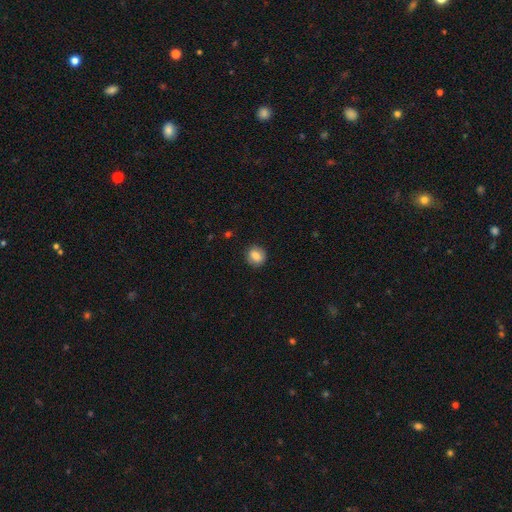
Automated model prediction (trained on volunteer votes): Smooth or featured?
  - smooth: 81% *
  - featured or disk: 10%
  - star or artifact: 8%
How rounded?
  - round: 77% *
  - in between: 22%
  - cigar-shaped: 1%
Merging?
  - none: 87% *
  - minor disturbance: 9%
  - major disturbance: 2%
  - merger: 1%